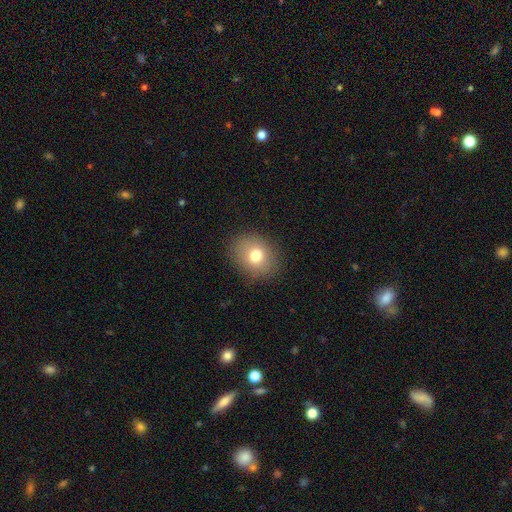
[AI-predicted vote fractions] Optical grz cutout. It shows a smooth galaxy with no disk features (76%) that is round (55%). Merging: none (84%).